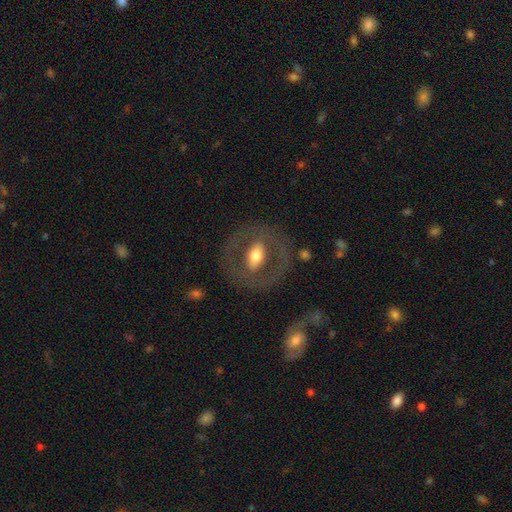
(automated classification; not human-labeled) Smooth or featured? Predicted: featured or disk (p=0.59). Edge-on disk? Predicted: no (p=0.90). Bar? Predicted: no (p=0.37). Spiral arms? Predicted: no (p=0.84). Bulge size? Predicted: moderate (p=0.62). Merging? Predicted: none (p=0.78).